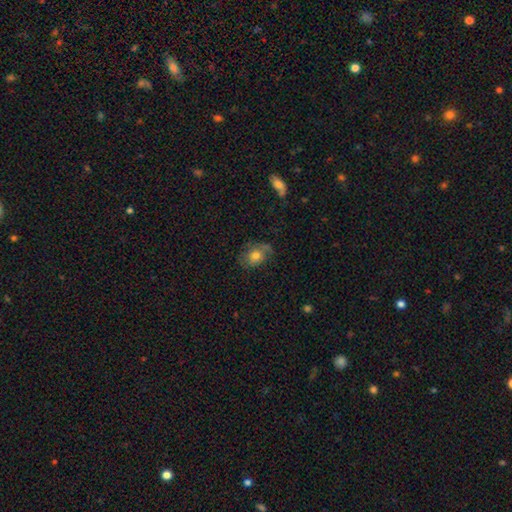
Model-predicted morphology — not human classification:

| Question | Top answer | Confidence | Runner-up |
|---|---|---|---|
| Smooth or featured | smooth | 61% | featured or disk (30%) |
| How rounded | in between | 63% | round (35%) |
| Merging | none | 61% | minor disturbance (25%) |